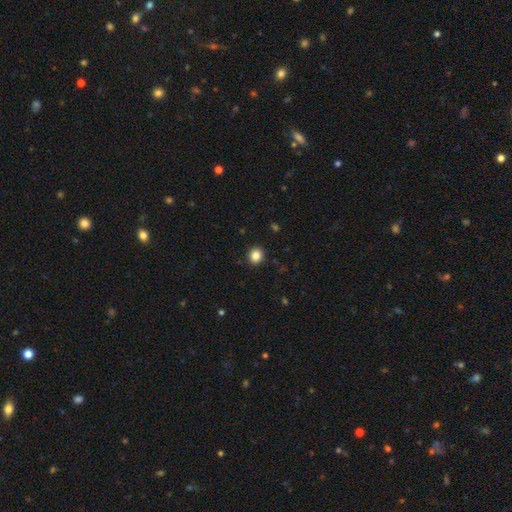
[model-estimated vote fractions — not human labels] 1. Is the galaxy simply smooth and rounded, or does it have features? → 85% smooth, 10% star or artifact, 4% featured or disk.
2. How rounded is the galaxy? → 75% round, 24% in between, 1% cigar-shaped.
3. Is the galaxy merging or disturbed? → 91% none, 6% minor disturbance, 2% major disturbance, 1% merger.